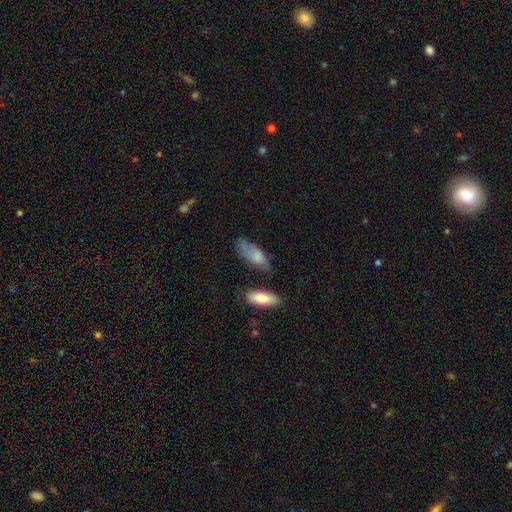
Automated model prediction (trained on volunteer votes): Smooth or featured? Predicted: smooth (p=0.76). How rounded? Predicted: in between (p=0.79). Merging? Predicted: none (p=0.46).